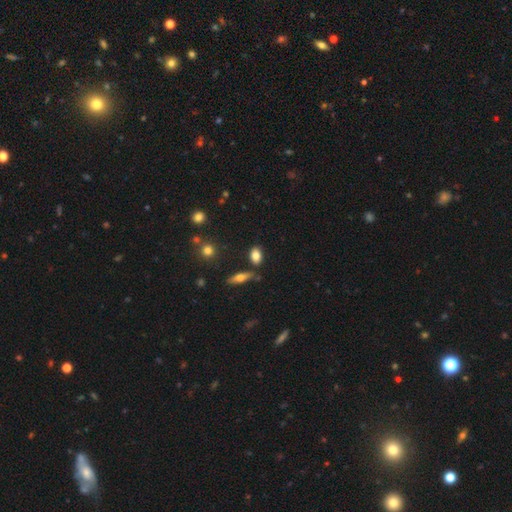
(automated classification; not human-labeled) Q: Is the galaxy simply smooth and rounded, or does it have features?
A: smooth — 80%.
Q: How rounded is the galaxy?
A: in between — 83%.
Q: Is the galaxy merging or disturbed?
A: none — 75%.